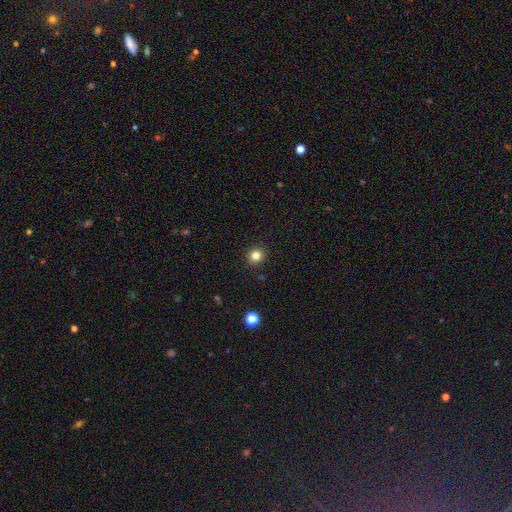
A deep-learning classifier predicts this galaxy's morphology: Smooth or featured: smooth — 82% (star or artifact — 13%)
How rounded: round — 91% (in between — 8%)
Merging: none — 92% (minor disturbance — 5%)